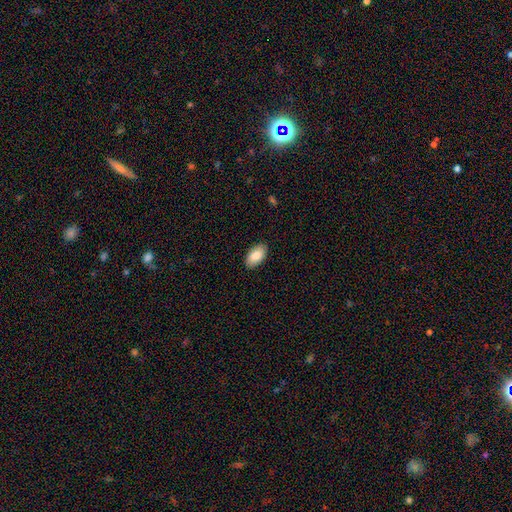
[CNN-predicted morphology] A smooth galaxy with no disk features (86%) that is in between round and cigar-shaped (95%). Merging: none (89%).